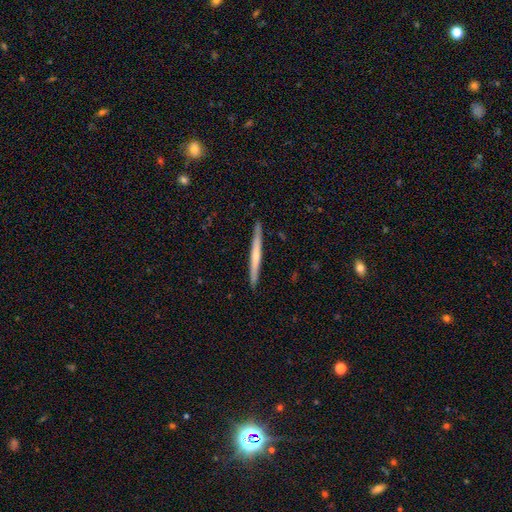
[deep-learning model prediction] Smooth or featured?
  - smooth: 48% *
  - featured or disk: 47%
  - star or artifact: 5%
Merging?
  - none: 92% *
  - minor disturbance: 6%
  - major disturbance: 1%
  - merger: 1%